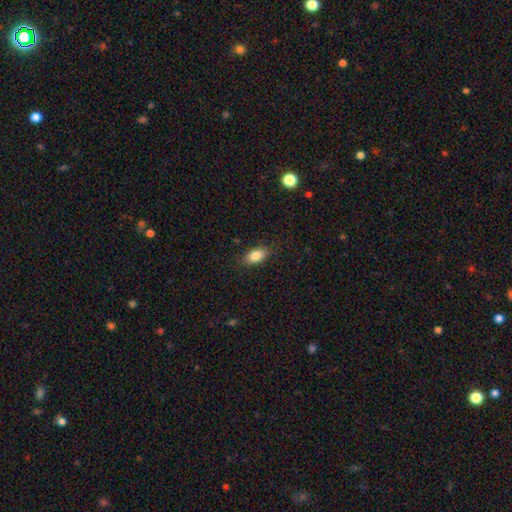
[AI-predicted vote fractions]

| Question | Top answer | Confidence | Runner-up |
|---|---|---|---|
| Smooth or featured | smooth | 84% | featured or disk (9%) |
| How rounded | in between | 89% | round (6%) |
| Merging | none | 85% | minor disturbance (11%) |